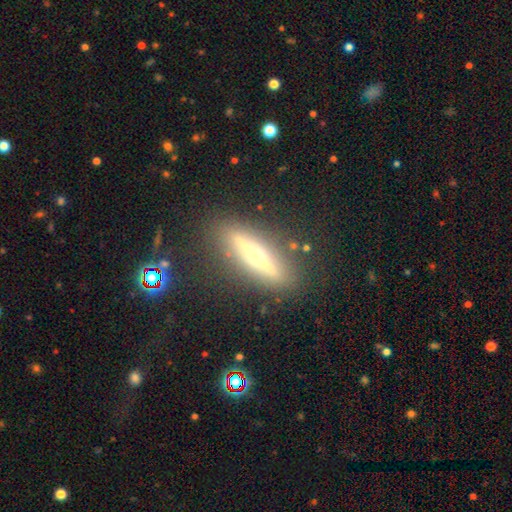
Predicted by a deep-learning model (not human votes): Q: Smooth or featured?
A: featured or disk (74%); runner-up: smooth (18%)
Q: Edge-on disk?
A: yes (93%); runner-up: no (7%)
Q: Edge-on bulge?
A: rounded (93%); runner-up: none (5%)
Q: Merging?
A: none (87%); runner-up: minor disturbance (8%)